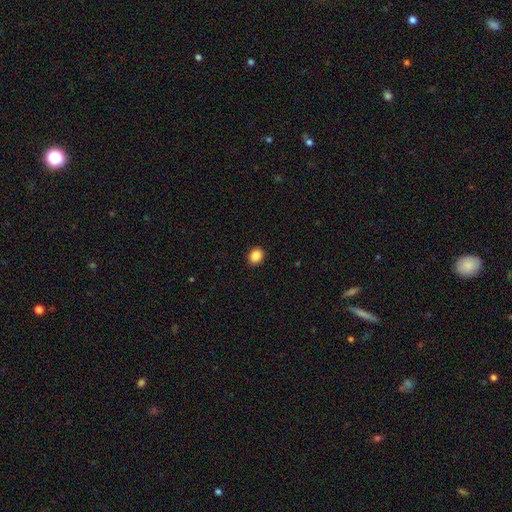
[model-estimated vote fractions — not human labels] Morphology: type=smooth (88%); roundness=round (61%); merging=none (92%).